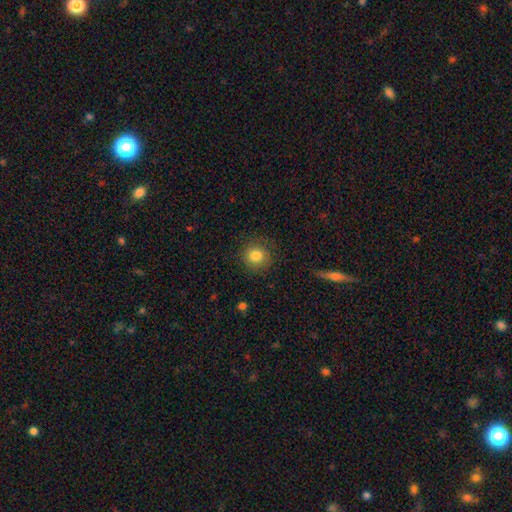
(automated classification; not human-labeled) smooth-or-featured: smooth: 83% | star or artifact: 11% | featured or disk: 7%
  how-rounded: round: 90% | in between: 9% | cigar-shaped: 1%
  merging: none: 87% | minor disturbance: 9% | major disturbance: 3% | merger: 1%